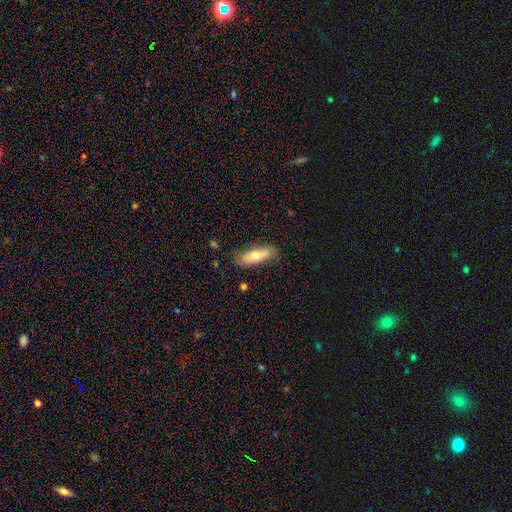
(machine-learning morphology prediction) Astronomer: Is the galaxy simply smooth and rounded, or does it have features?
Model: smooth — 65%.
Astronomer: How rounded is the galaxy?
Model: in between — 56% (runner-up: cigar-shaped, 42%).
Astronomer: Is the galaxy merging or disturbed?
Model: none — 81%.